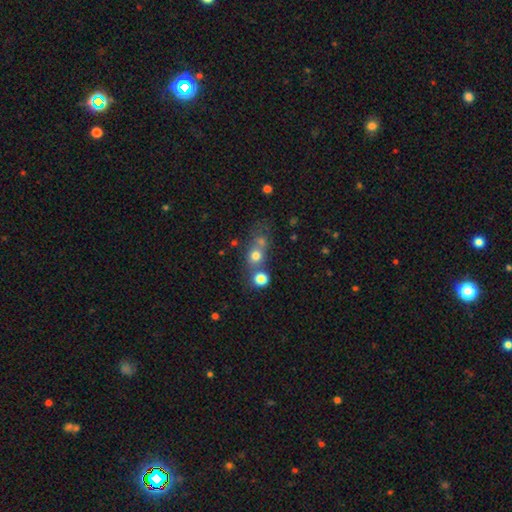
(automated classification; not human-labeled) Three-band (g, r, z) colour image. It shows a smooth galaxy with no disk features (70%) that is round (78%). Merging: none (44%).